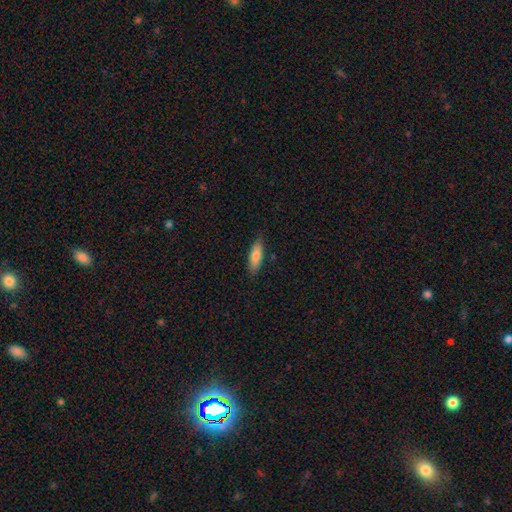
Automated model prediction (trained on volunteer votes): Q: Smooth or featured?
A: smooth (78%); runner-up: featured or disk (16%)
Q: How rounded?
A: in between (52%); runner-up: cigar-shaped (46%)
Q: Merging?
A: none (86%); runner-up: minor disturbance (11%)